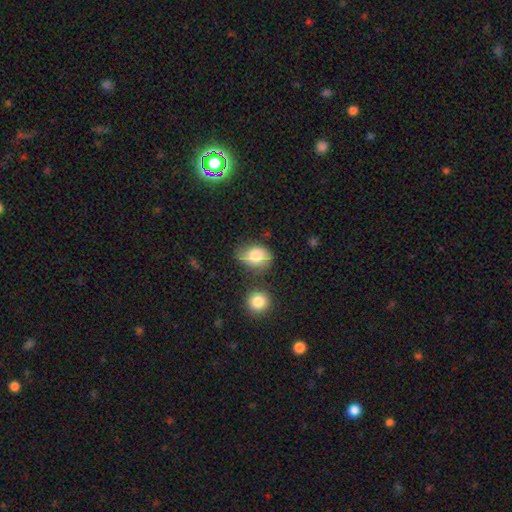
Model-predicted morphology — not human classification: smooth_or_featured: smooth (p=0.75) [alt: featured or disk p=0.17]
how_rounded: in between (p=0.64) [alt: round p=0.35]
merging: none (p=0.49) [alt: minor disturbance p=0.32]